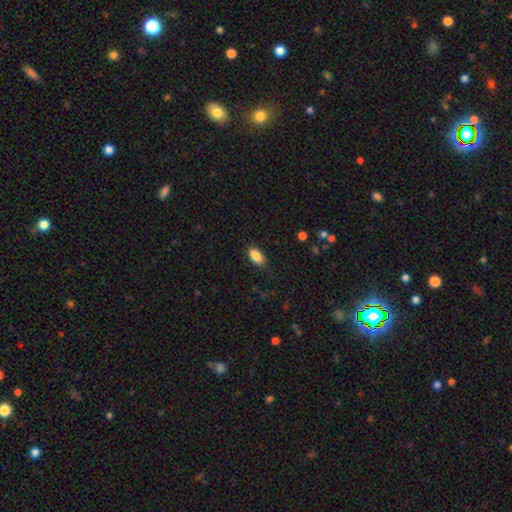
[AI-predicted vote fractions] Smooth or featured? Predicted: smooth (p=0.86). How rounded? Predicted: in between (p=0.92). Merging? Predicted: none (p=0.84).